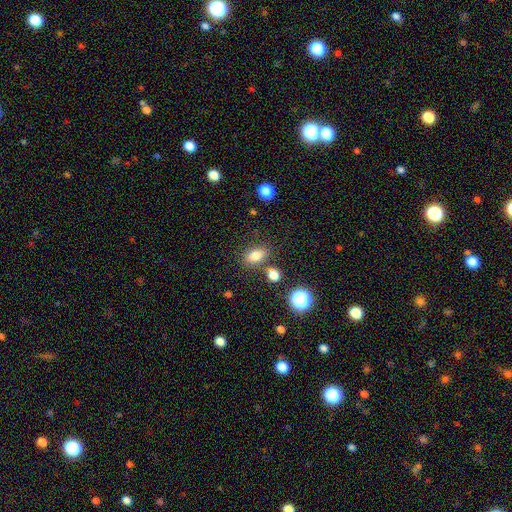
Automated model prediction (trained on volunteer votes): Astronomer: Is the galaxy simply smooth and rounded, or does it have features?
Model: smooth — 80%.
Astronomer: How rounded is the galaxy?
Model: in between — 83%.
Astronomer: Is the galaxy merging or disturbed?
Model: none — 73%.